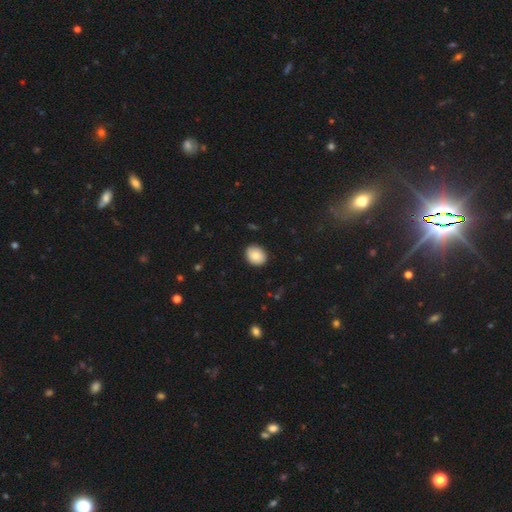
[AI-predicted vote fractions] smooth 83%, featured or disk 9%, star or artifact 8%. Down the decision tree: how rounded — round (60%); merging — none (88%).